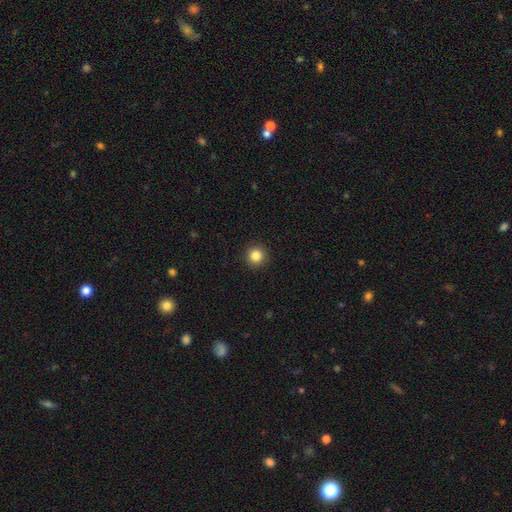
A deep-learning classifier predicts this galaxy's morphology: Overall: smooth (85%). How rounded: round (96%). Merging: none (93%).